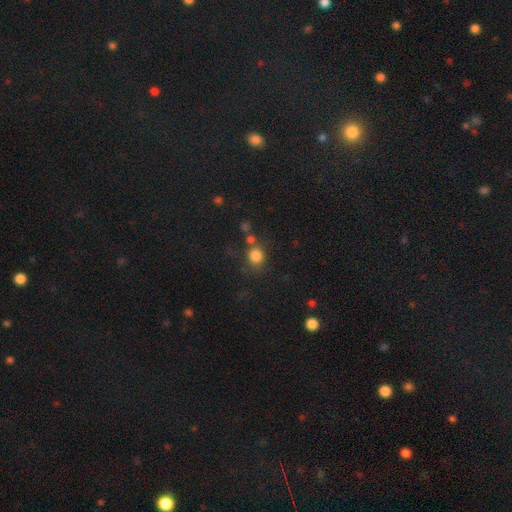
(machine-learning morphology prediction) type=smooth (82%); roundness=round (85%); merging=none (67%).